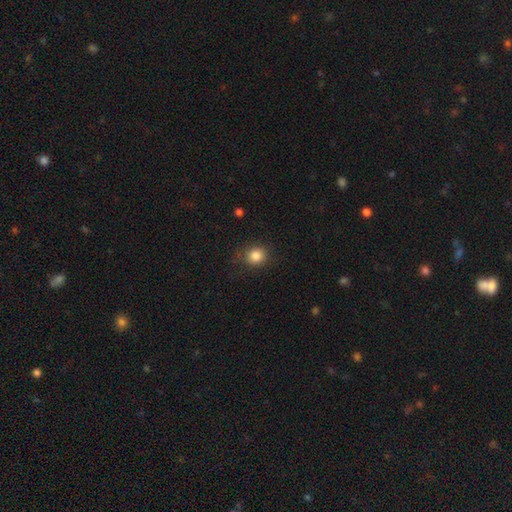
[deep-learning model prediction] smooth_or_featured: smooth (p=0.84) [alt: star or artifact p=0.10]
how_rounded: round (p=0.81) [alt: in between p=0.18]
merging: none (p=0.80) [alt: minor disturbance p=0.14]